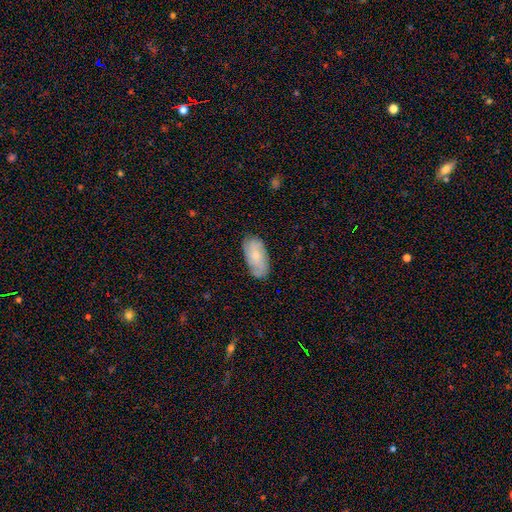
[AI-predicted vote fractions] smooth-or-featured: smooth: 59% | featured or disk: 34% | star or artifact: 7%
  how-rounded: in between: 92% | cigar-shaped: 5% | round: 3%
  merging: none: 76% | minor disturbance: 19% | major disturbance: 4% | merger: 1%